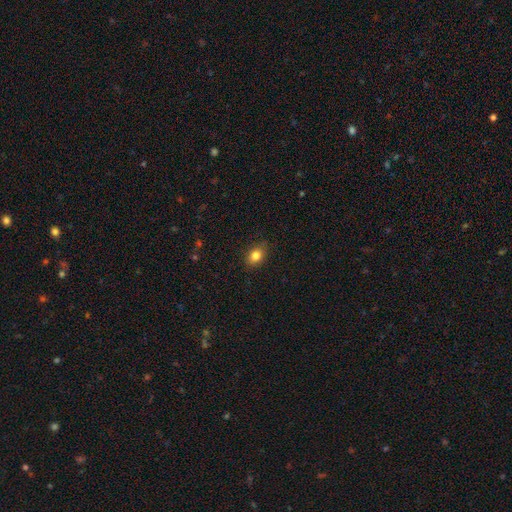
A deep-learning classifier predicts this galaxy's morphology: type=smooth (82%); roundness=in between (64%); merging=none (84%).